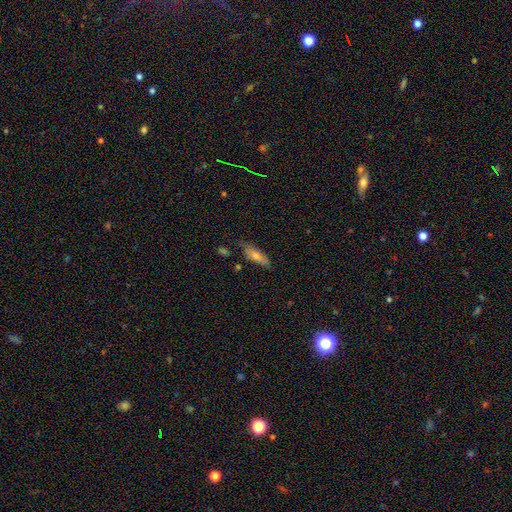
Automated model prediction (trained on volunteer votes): Smooth or featured? smooth (59%)
How rounded? cigar-shaped (49%)
Merging? none (74%)